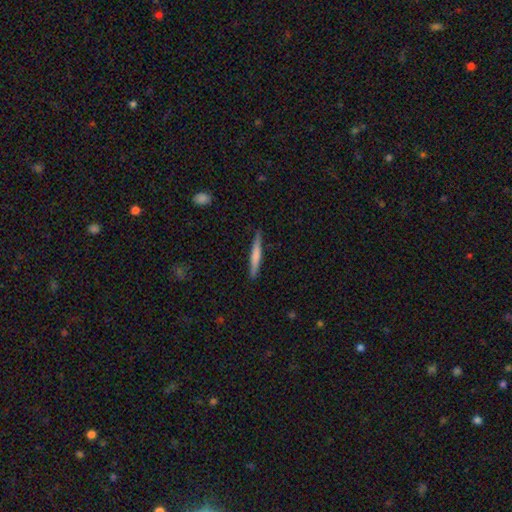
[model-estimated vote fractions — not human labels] A smooth galaxy with no disk features (61%) that is cigar-shaped (95%).

Vote fractions:
- Smooth or featured? smooth: 61% / featured or disk: 34% / star or artifact: 5%
- How rounded? cigar-shaped: 95% / in between: 3% / round: 1%
- Merging? none: 88% / minor disturbance: 9% / major disturbance: 2% / merger: 1%